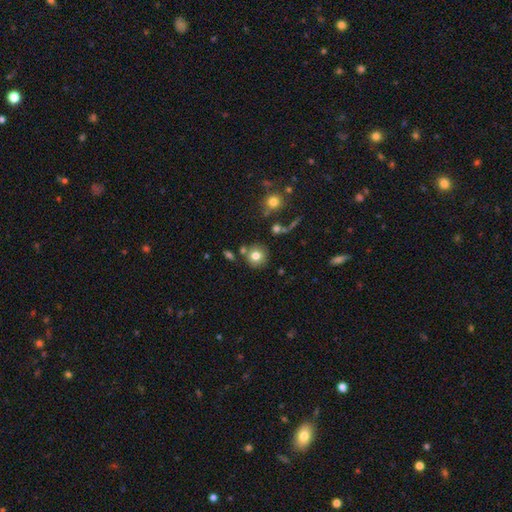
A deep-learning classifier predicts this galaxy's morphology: A smooth galaxy with no disk features (77%) that is round (91%).

Vote fractions:
- Smooth or featured? smooth: 77% / featured or disk: 11% / star or artifact: 11%
- How rounded? round: 91% / in between: 8% / cigar-shaped: 1%
- Merging? none: 77% / merger: 10% / minor disturbance: 10% / major disturbance: 3%